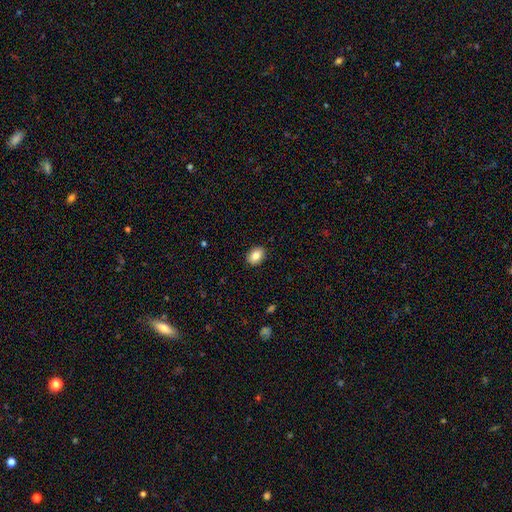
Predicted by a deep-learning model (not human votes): smooth 85%, star or artifact 8%, featured or disk 7%. Down the decision tree: how rounded — in between (70%); merging — none (89%).